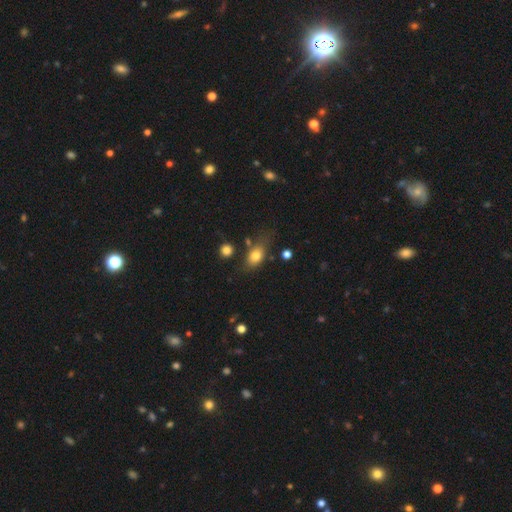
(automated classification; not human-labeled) A smooth galaxy with no disk features (77%) that is in between round and cigar-shaped (76%). Merging: none (63%).